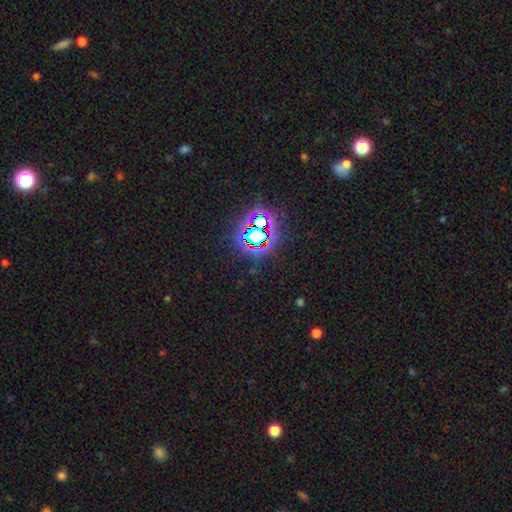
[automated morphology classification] Smooth or featured? Predicted: star or artifact (p=0.80).